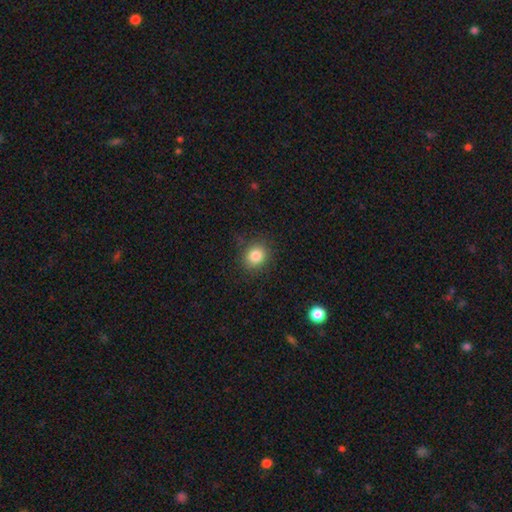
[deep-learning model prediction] Morphology: type=smooth (83%); roundness=round (75%); merging=none (85%).